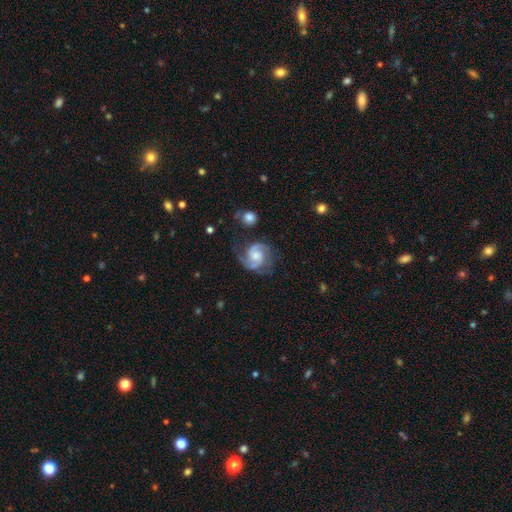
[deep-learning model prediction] A featured or disk galaxy (88%) with no bar (56%), 2 (88%) medium (51%) spiral arms (98%) and a moderate central bulge (42%).

Vote fractions:
- Smooth or featured? featured or disk: 88% / smooth: 7% / star or artifact: 5%
- Edge-on disk? no: 98% / yes: 2%
- Bar? no: 56% / weak: 36% / strong: 8%
- Spiral arms? yes: 98% / no: 2%
- Spiral winding? medium: 51% / tight: 35% / loose: 14%
- Spiral arm count? 2: 88% / 3: 4% / can't tell: 4% / 1: 2% / 4: 1% / more than 4: 1%
- Bulge size? moderate: 42% / small: 30% / none: 14% / large: 12% / dominant: 2%
- Merging? none: 67% / minor disturbance: 19% / major disturbance: 11% / merger: 3%